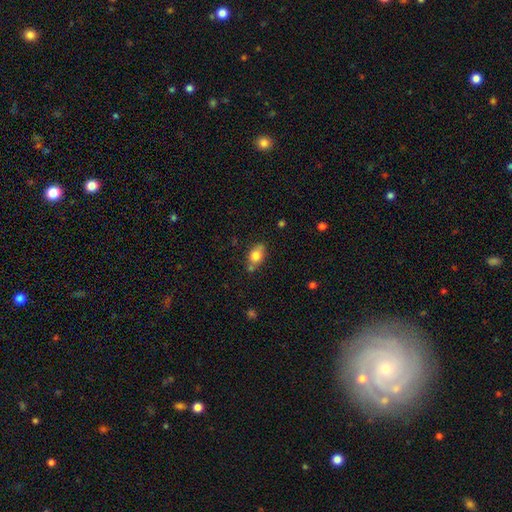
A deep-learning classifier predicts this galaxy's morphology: Smooth or featured: smooth — 78% (featured or disk — 14%)
How rounded: in between — 81% (round — 16%)
Merging: none — 66% (minor disturbance — 19%)